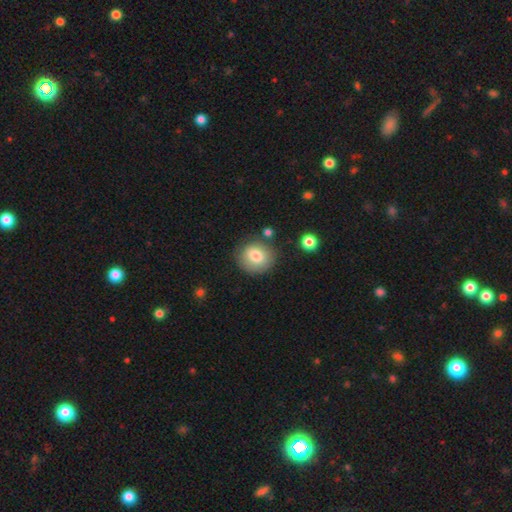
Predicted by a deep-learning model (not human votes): Q: Smooth or featured?
A: smooth (80%); runner-up: featured or disk (11%)
Q: How rounded?
A: round (83%); runner-up: in between (16%)
Q: Merging?
A: none (78%); runner-up: minor disturbance (13%)